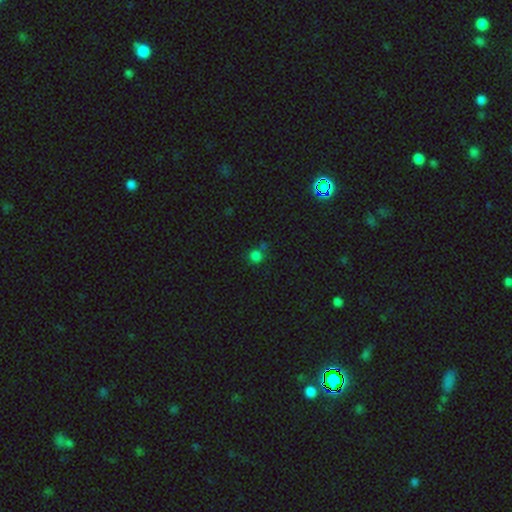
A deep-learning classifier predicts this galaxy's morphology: The model was most divided on "merging": none: 67%, merger: 16%, minor disturbance: 12%, major disturbance: 5%. More confident: how rounded — round (91%); smooth or featured — smooth (74%).